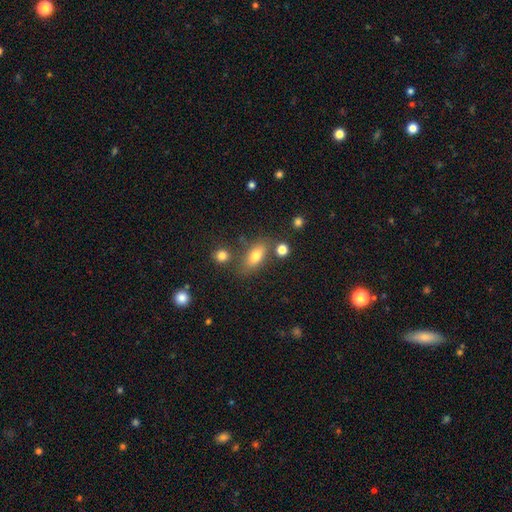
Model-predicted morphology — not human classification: This appears to be a smooth galaxy with no disk features (74%) that is in between round and cigar-shaped (79%). Merging: none (69%).